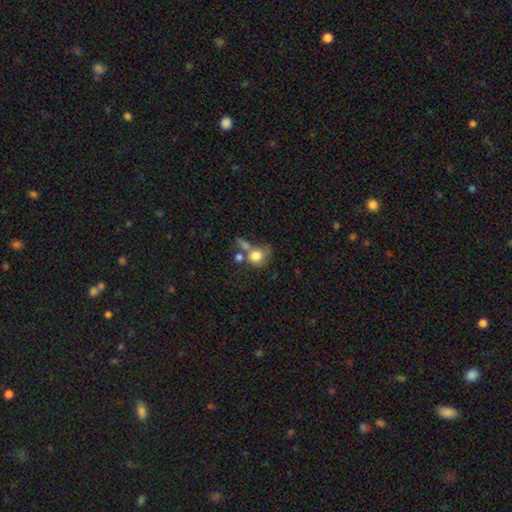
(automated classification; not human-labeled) smooth-or-featured: smooth: 76% | featured or disk: 15% | star or artifact: 10%
  how-rounded: round: 73% | in between: 26% | cigar-shaped: 1%
  merging: merger: 42% | none: 30% | major disturbance: 14% | minor disturbance: 13%